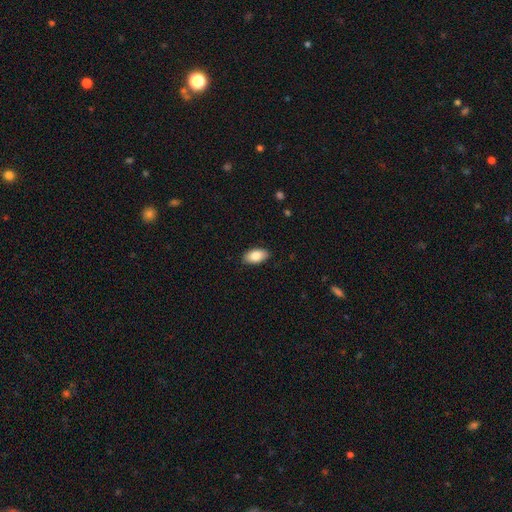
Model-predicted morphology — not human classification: Smooth or featured? smooth (85%)
How rounded? in between (94%)
Merging? none (88%)